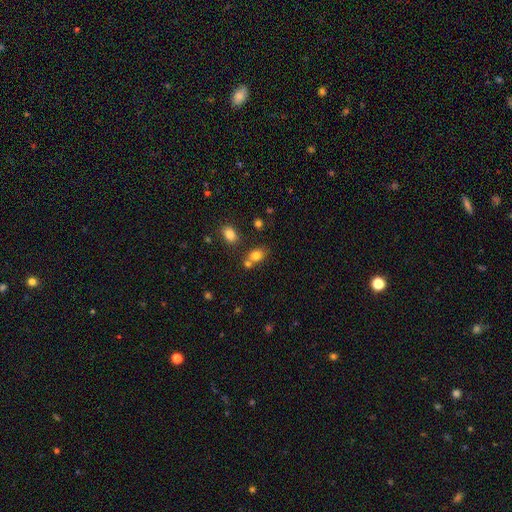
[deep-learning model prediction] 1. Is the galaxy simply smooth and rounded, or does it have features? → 79% smooth, 12% star or artifact, 9% featured or disk.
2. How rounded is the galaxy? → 60% in between, 39% round, 1% cigar-shaped.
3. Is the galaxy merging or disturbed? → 55% none, 29% merger, 13% minor disturbance, 4% major disturbance.